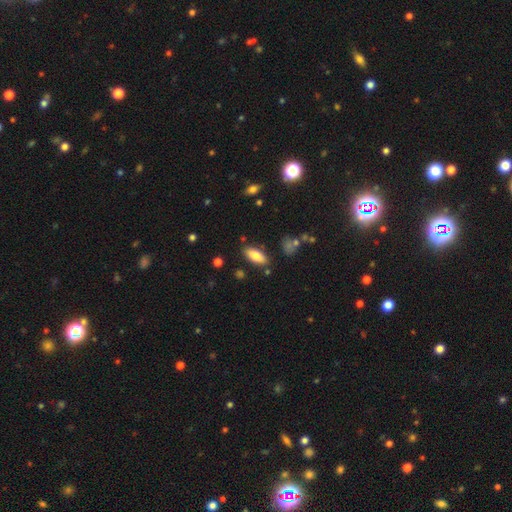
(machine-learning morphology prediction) The model was most divided on "how rounded": in between: 80%, cigar-shaped: 18%, round: 2%. More confident: merging — none (83%); smooth or featured — smooth (79%).